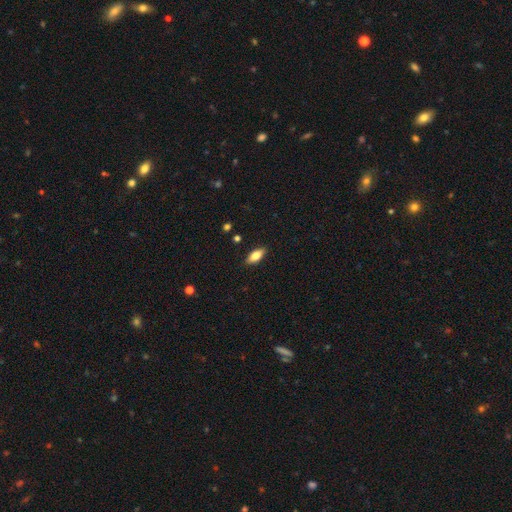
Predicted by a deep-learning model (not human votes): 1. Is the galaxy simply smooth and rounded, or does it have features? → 78% smooth, 16% featured or disk, 7% star or artifact.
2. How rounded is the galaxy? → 84% in between, 14% cigar-shaped, 3% round.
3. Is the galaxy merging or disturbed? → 87% none, 9% minor disturbance, 2% major disturbance, 1% merger.